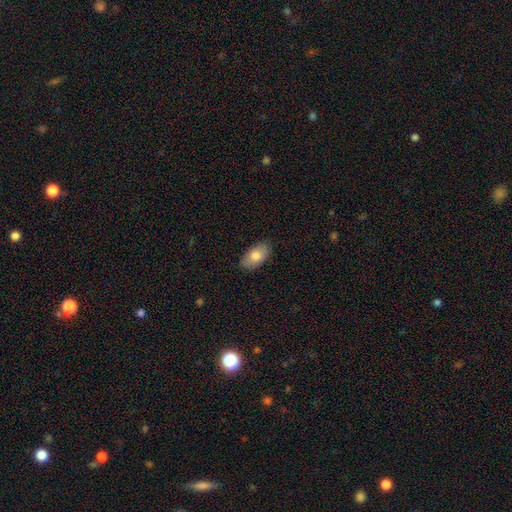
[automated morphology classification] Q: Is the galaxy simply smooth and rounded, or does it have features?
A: smooth — 78%.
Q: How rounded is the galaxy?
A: in between — 93%.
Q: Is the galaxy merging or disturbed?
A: none — 85%.